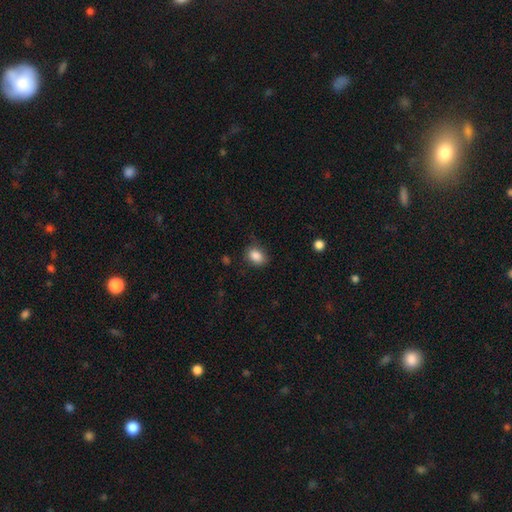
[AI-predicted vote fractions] smooth-or-featured: smooth: 87% | star or artifact: 9% | featured or disk: 4%
  how-rounded: in between: 69% | round: 30% | cigar-shaped: 1%
  merging: none: 76% | minor disturbance: 18% | major disturbance: 4% | merger: 1%